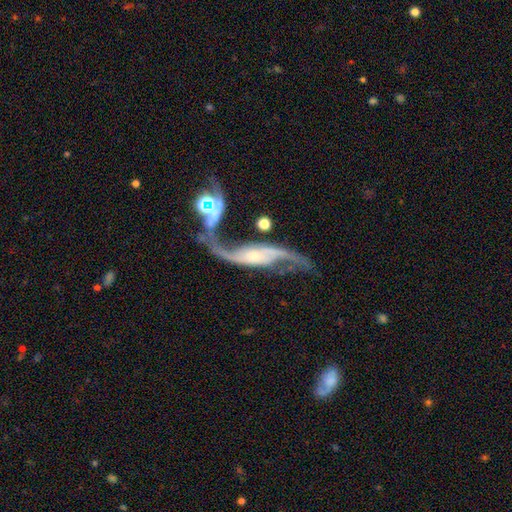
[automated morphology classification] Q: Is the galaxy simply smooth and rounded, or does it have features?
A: featured or disk — 87%.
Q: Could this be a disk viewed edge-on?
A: no — 89%.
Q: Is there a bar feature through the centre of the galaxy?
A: no — 51%.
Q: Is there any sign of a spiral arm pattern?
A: yes — 94%.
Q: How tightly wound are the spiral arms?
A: loose — 86%.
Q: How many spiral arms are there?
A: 2 — 92%.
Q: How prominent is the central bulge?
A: small — 58%.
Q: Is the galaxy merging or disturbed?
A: merger — 36%.